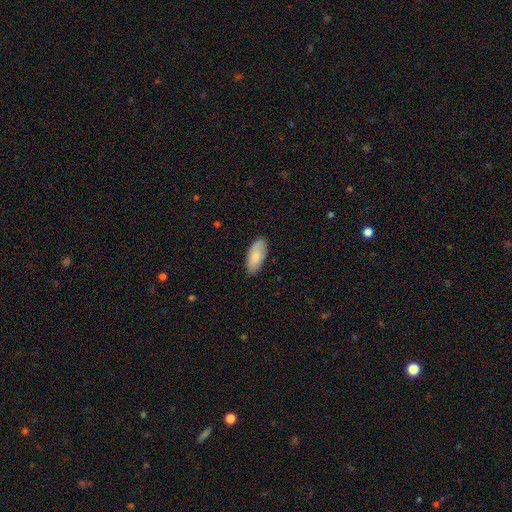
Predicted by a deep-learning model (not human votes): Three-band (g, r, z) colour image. It shows a smooth galaxy with no disk features (83%) that is in between round and cigar-shaped (90%). Merging: none (82%).